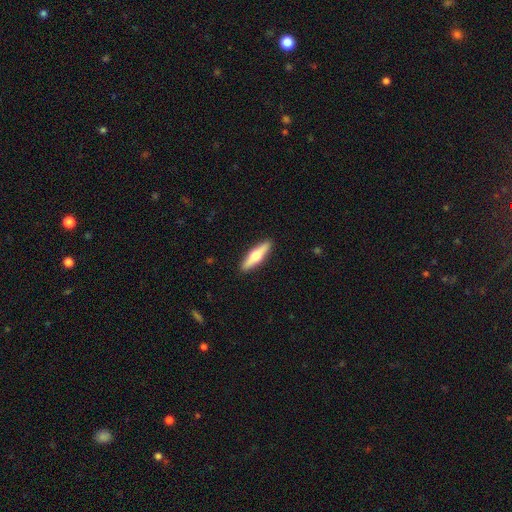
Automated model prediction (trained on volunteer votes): A featured or disk galaxy (51%) viewed edge-on (95%). Merging: none (91%).